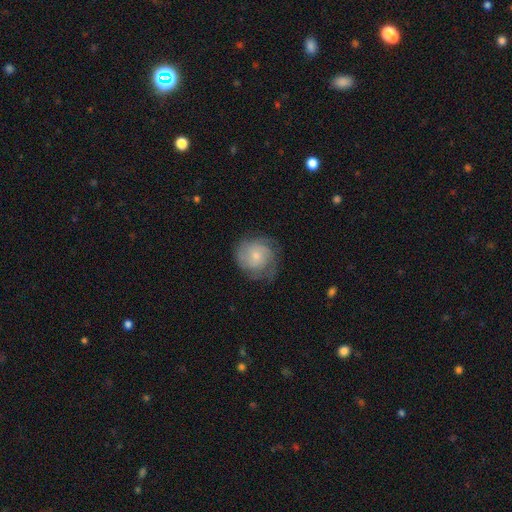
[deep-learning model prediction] smooth-or-featured: featured or disk: 52% | smooth: 41% | star or artifact: 7%
  disk-edge-on: no: 98% | yes: 2%
    bar: no: 77% | weak: 20% | strong: 3%
    has-spiral-arms: yes: 86% | no: 14%
    bulge-size: small: 62% | moderate: 29% | none: 5% | large: 3% | dominant: 1%
  merging: none: 64% | minor disturbance: 23% | major disturbance: 11% | merger: 1%